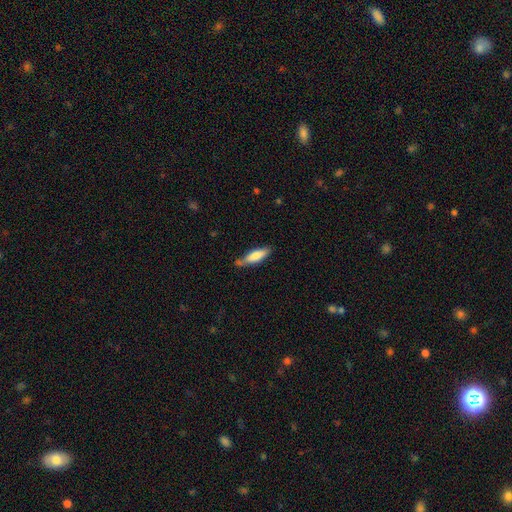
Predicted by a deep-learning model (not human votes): Smooth or featured: smooth — 76% (featured or disk — 18%)
How rounded: cigar-shaped — 57% (in between — 41%)
Merging: none — 65% (minor disturbance — 24%)